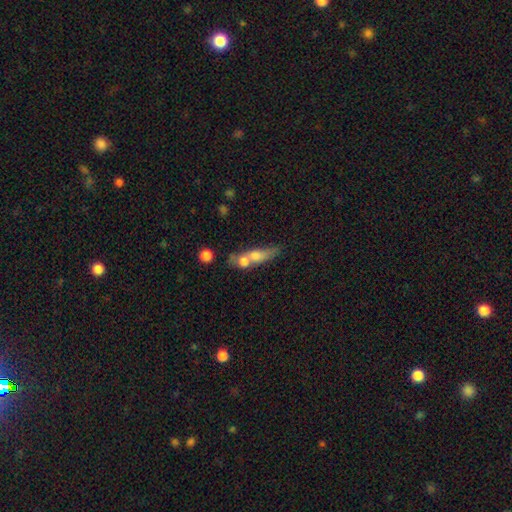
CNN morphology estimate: smooth-or-featured: smooth: 58% | featured or disk: 32% | star or artifact: 10%
  how-rounded: cigar-shaped: 47% | in between: 40% | round: 13%
  merging: merger: 47% | none: 30% | minor disturbance: 13% | major disturbance: 10%